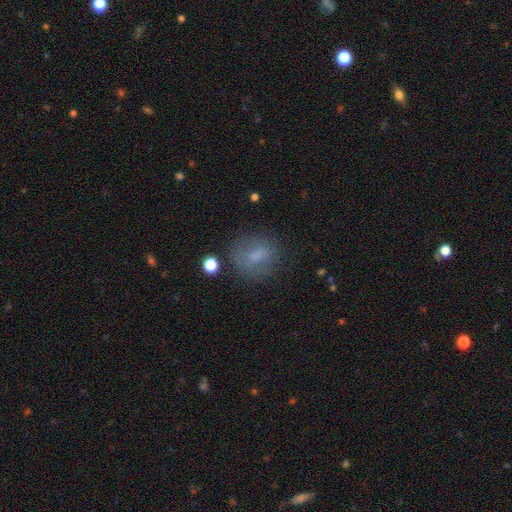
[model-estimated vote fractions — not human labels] This appears to be a smooth galaxy with no disk features (69%) that is round (66%). Merging: none (71%).